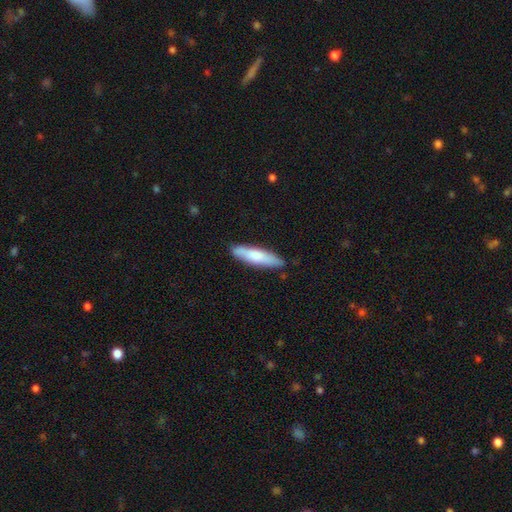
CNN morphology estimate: type=smooth (73%); roundness=cigar-shaped (78%); merging=none (85%).